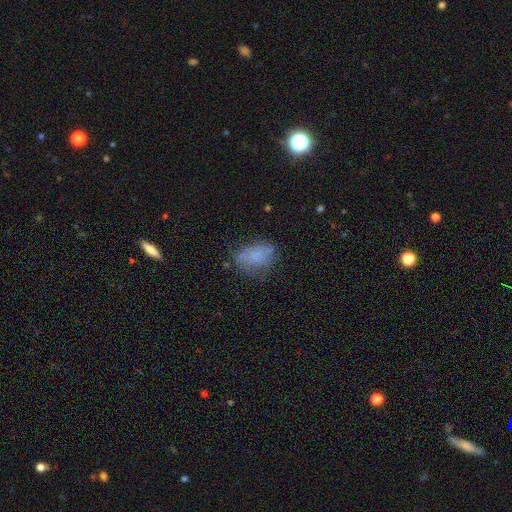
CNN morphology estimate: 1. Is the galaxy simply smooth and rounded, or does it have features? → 72% smooth, 16% featured or disk, 12% star or artifact.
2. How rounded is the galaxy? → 79% in between, 19% round, 2% cigar-shaped.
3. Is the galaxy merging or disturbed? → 59% none, 26% minor disturbance, 12% major disturbance, 3% merger.